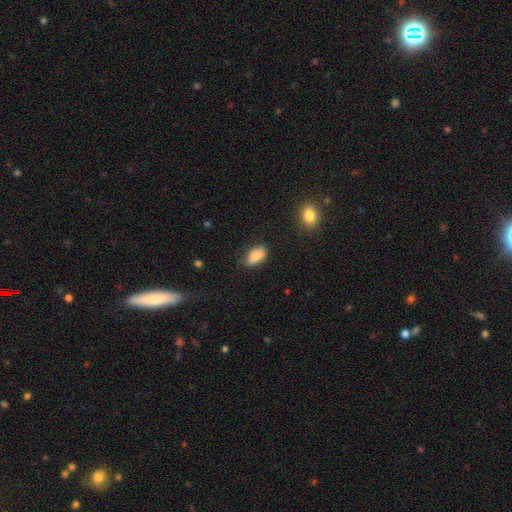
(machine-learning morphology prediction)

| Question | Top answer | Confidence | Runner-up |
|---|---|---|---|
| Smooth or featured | smooth | 82% | featured or disk (11%) |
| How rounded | in between | 91% | round (5%) |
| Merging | none | 75% | minor disturbance (19%) |